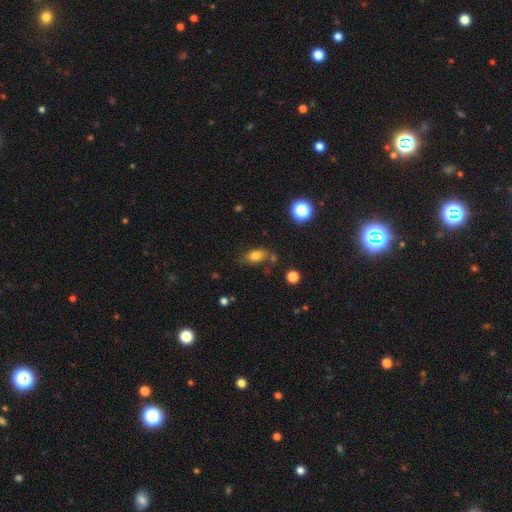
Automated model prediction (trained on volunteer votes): A smooth galaxy with no disk features (78%) that is in between round and cigar-shaped (83%).

Vote fractions:
- Smooth or featured? smooth: 78% / star or artifact: 12% / featured or disk: 11%
- How rounded? in between: 83% / round: 12% / cigar-shaped: 4%
- Merging? none: 69% / minor disturbance: 17% / merger: 9% / major disturbance: 5%